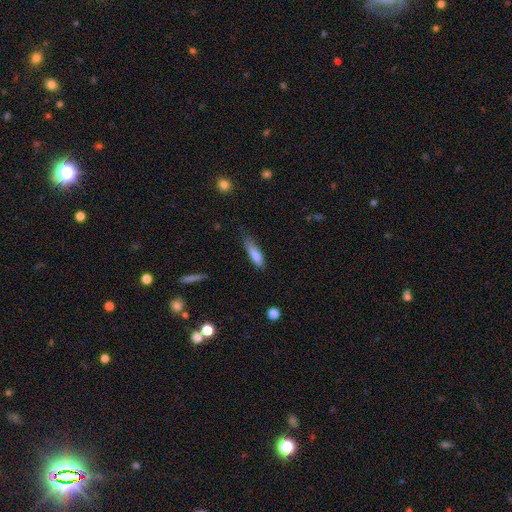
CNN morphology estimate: This is likely a smooth galaxy (78%). How rounded: likely cigar-shaped (64%). Merging: possibly none (49%).